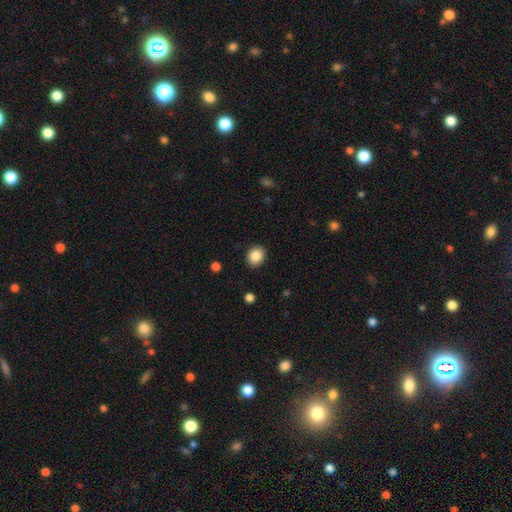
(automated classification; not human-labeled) A smooth galaxy with no disk features (87%) that is round (64%). Merging: none (89%).